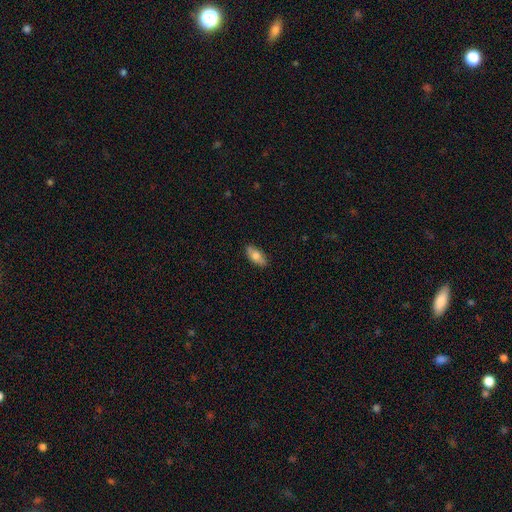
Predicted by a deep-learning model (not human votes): Overall: smooth (72%). How rounded: in between (88%). Merging: none (86%).